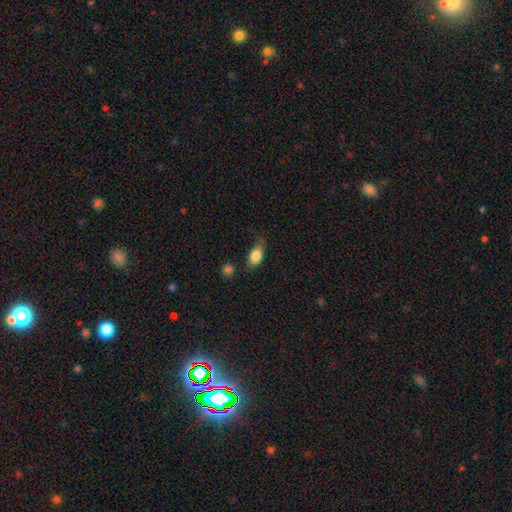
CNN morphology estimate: A smooth galaxy with no disk features (81%) that is in between round and cigar-shaped (82%). Merging: none (57%).